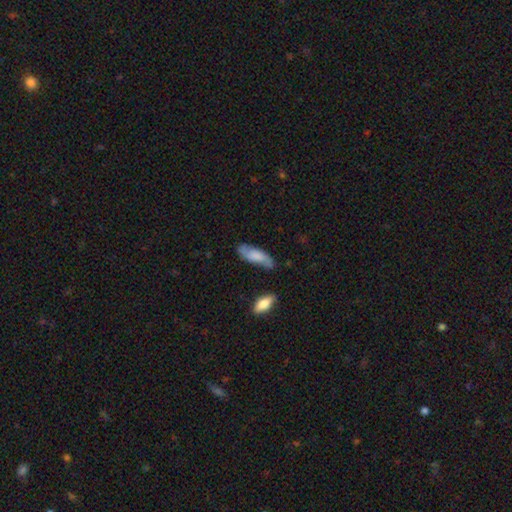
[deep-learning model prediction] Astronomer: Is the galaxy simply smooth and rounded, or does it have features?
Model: smooth — 61%.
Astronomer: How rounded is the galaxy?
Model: in between — 63%.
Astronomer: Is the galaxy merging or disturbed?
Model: none — 69%.